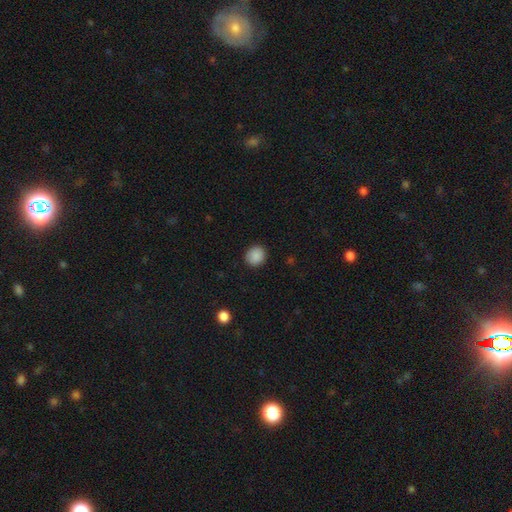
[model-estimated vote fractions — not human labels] A smooth galaxy with no disk features (89%) that is round (84%). Merging: none (90%).